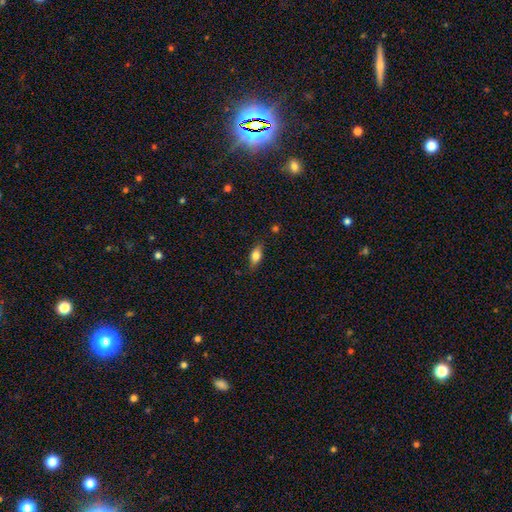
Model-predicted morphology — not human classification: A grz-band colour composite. It shows a smooth galaxy with no disk features (77%) that is in between round and cigar-shaped (81%). Merging: none (79%).